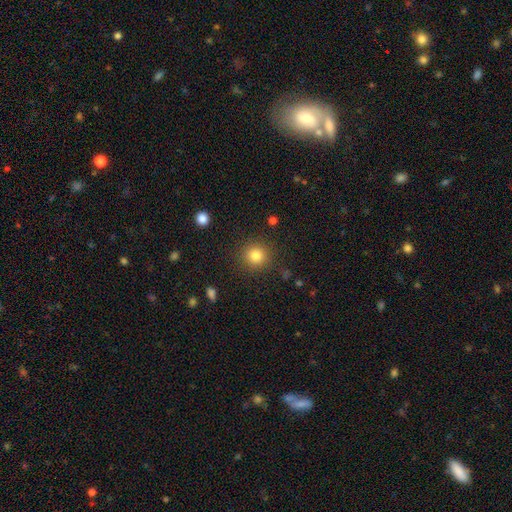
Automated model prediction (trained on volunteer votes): Smooth or featured? Predicted: smooth (p=0.82). How rounded? Predicted: round (p=0.93). Merging? Predicted: none (p=0.89).